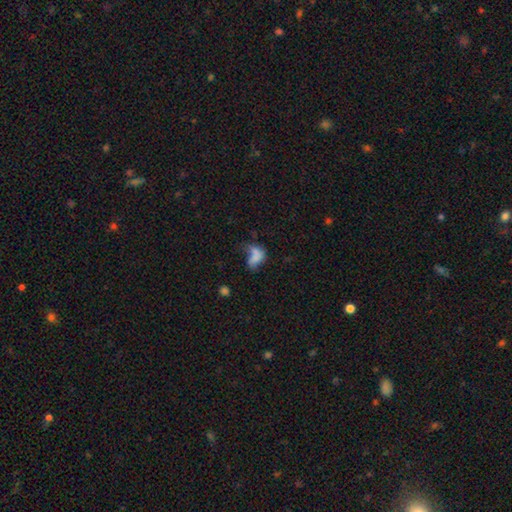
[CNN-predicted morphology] type=smooth (64%); roundness=in between (83%); merging=major disturbance (32%, tied with merger).